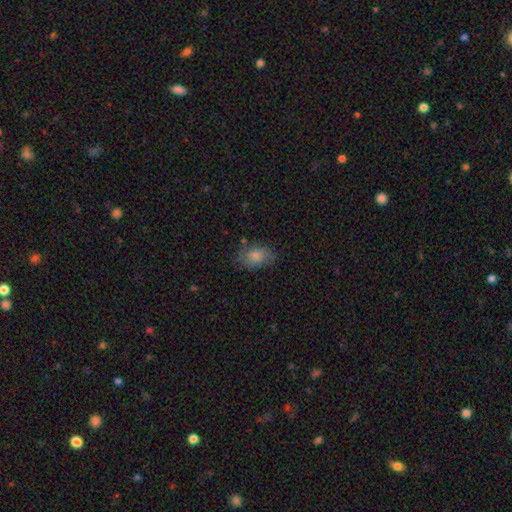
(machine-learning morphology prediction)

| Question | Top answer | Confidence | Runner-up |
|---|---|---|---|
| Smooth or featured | smooth | 61% | featured or disk (26%) |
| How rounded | in between | 80% | round (18%) |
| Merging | none | 76% | minor disturbance (18%) |